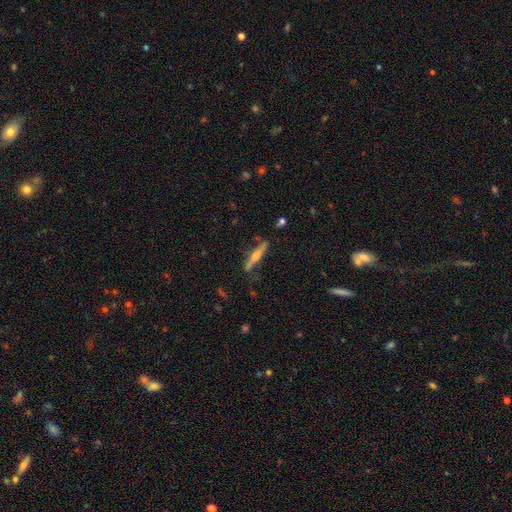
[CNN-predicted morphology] Smooth or featured? featured or disk (57%)
Edge-on disk? yes (95%)
Edge-on bulge? rounded (84%)
Merging? none (79%)